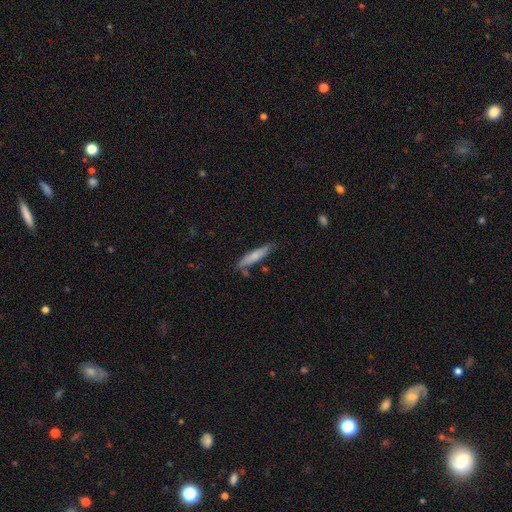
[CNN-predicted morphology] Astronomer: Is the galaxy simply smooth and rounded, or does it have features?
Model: smooth — 72%.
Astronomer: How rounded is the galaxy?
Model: cigar-shaped — 85%.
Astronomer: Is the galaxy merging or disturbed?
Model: none — 75%.